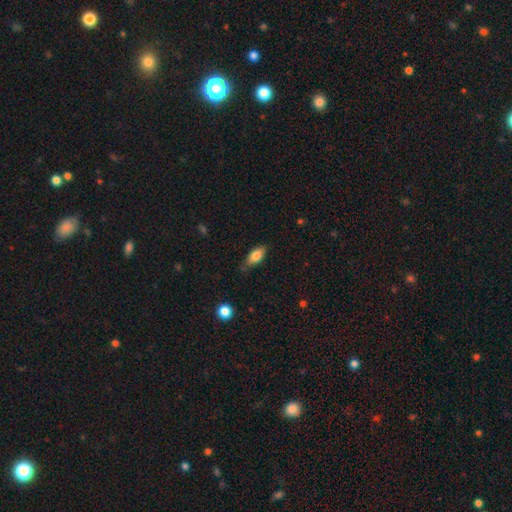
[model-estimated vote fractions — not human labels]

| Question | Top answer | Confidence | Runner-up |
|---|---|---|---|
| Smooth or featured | smooth | 78% | featured or disk (14%) |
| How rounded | in between | 82% | cigar-shaped (14%) |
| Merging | none | 68% | minor disturbance (25%) |